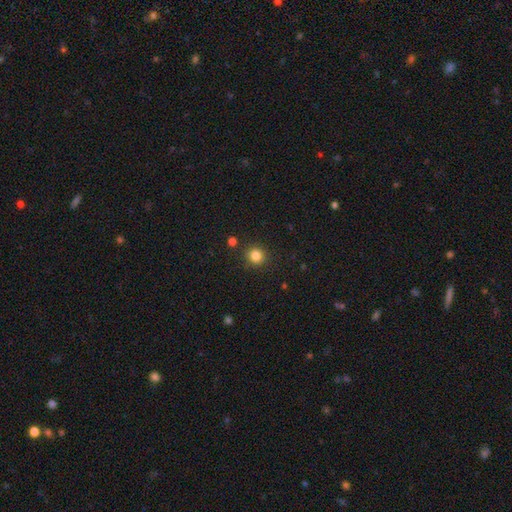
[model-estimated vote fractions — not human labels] Q: Smooth or featured?
A: smooth (83%); runner-up: star or artifact (12%)
Q: How rounded?
A: round (91%); runner-up: in between (8%)
Q: Merging?
A: none (89%); runner-up: minor disturbance (6%)